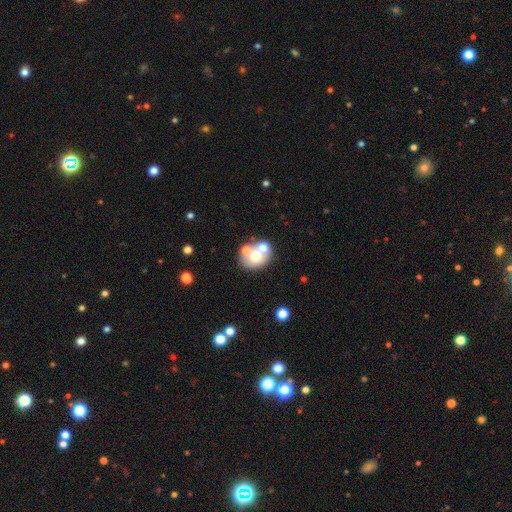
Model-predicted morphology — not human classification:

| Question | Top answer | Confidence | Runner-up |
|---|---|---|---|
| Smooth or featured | smooth | 55% | featured or disk (32%) |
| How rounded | round | 64% | in between (35%) |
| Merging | none | 47% | merger (38%) |